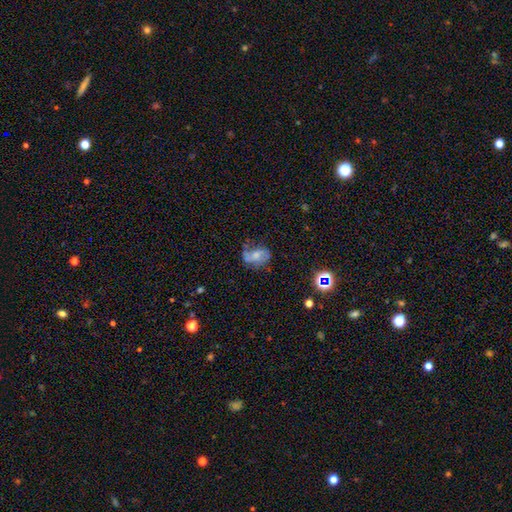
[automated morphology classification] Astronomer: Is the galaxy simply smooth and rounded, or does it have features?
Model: featured or disk — 53% (runner-up: smooth, 36%).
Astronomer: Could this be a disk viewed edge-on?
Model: no — 97%.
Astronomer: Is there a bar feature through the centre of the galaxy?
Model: no — 61%.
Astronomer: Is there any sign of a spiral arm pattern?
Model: yes — 76%.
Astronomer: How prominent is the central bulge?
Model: moderate — 39% (runner-up: small, 37%).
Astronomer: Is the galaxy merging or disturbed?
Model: none — 46% (runner-up: minor disturbance, 29%).